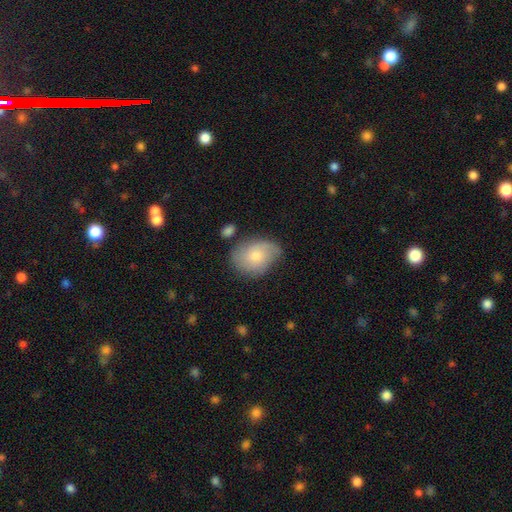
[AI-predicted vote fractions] Smooth or featured: smooth — 61% (featured or disk — 32%)
How rounded: in between — 67% (round — 32%)
Merging: none — 61% (minor disturbance — 27%)